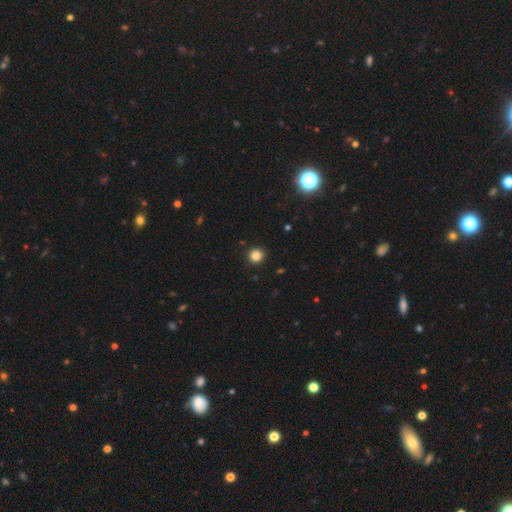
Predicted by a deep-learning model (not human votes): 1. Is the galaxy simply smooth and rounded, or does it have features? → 85% smooth, 12% star or artifact, 3% featured or disk.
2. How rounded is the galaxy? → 94% round, 5% in between, 1% cigar-shaped.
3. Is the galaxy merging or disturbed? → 93% none, 5% minor disturbance, 2% major disturbance, 1% merger.